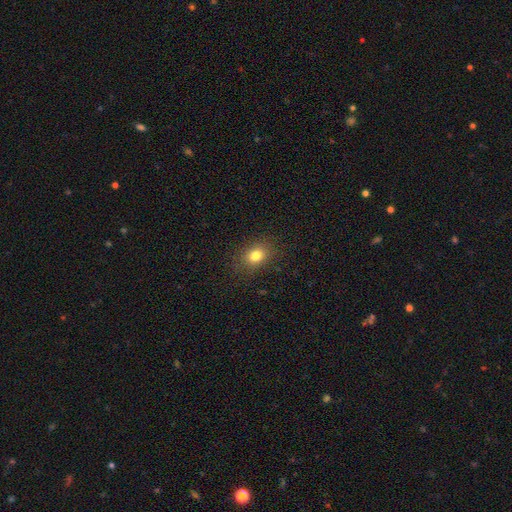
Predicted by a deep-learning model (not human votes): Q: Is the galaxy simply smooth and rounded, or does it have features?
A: smooth — 80%.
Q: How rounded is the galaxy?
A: in between — 57%.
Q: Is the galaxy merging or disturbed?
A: none — 85%.